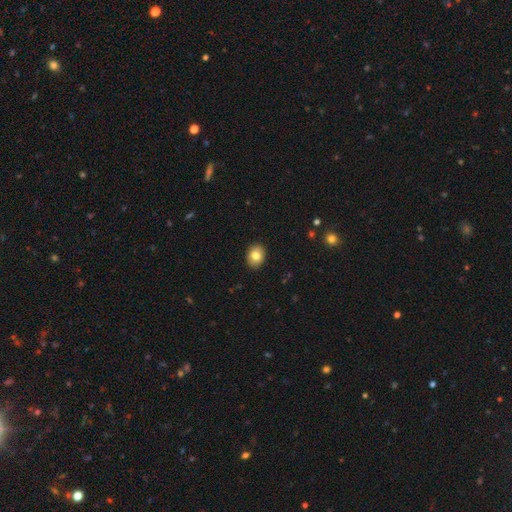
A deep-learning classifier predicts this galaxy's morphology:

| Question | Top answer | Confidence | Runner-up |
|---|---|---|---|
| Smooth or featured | smooth | 81% | featured or disk (10%) |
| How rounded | in between | 60% | round (39%) |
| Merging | none | 90% | minor disturbance (7%) |